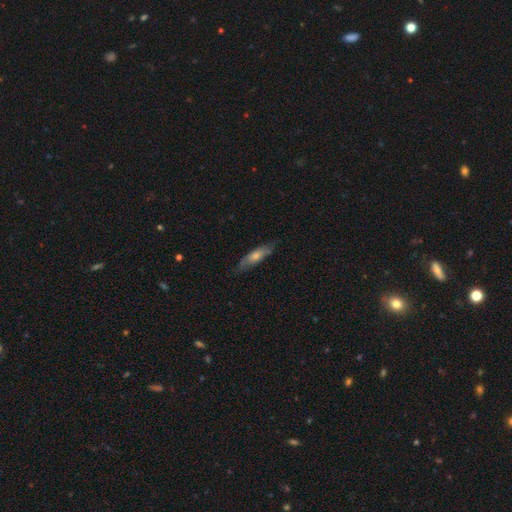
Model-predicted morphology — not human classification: Smooth or featured? featured or disk (47%)
Merging? none (79%)